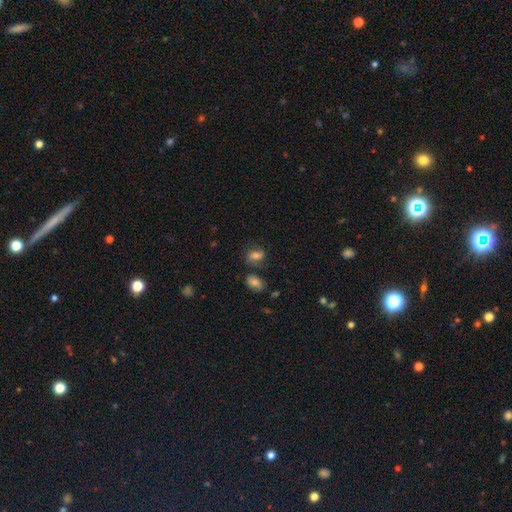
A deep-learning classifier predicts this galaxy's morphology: A smooth galaxy with no disk features (61%) that is in between round and cigar-shaped (79%).

Vote fractions:
- Smooth or featured? smooth: 61% / featured or disk: 27% / star or artifact: 12%
- How rounded? in between: 79% / round: 18% / cigar-shaped: 3%
- Merging? none: 55% / minor disturbance: 19% / merger: 17% / major disturbance: 9%